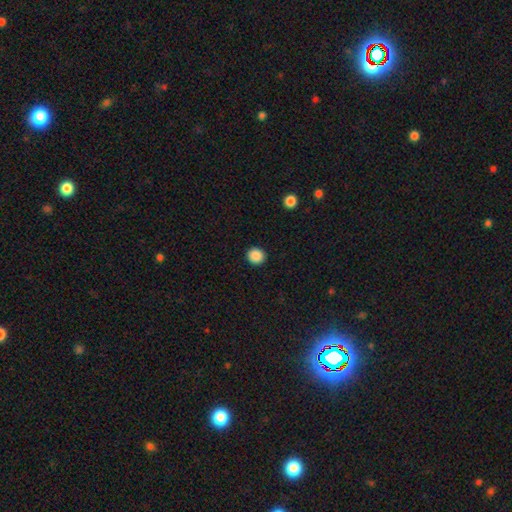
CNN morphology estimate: Smooth or featured: smooth — 88% (star or artifact — 9%)
How rounded: round — 89% (in between — 10%)
Merging: none — 93% (minor disturbance — 5%)